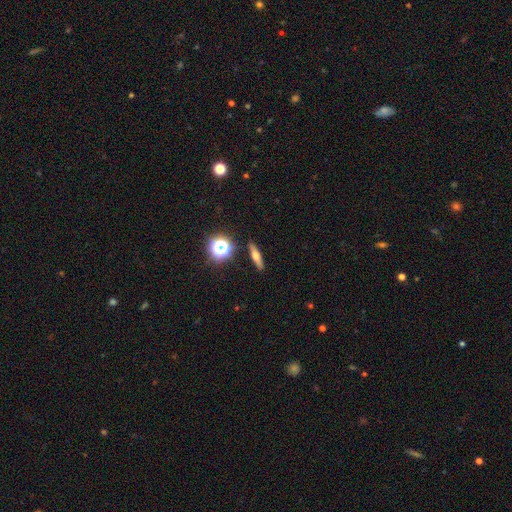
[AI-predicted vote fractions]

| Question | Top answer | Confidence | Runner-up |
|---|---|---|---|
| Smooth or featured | smooth | 45% | featured or disk (42%) |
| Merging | none | 90% | minor disturbance (7%) |